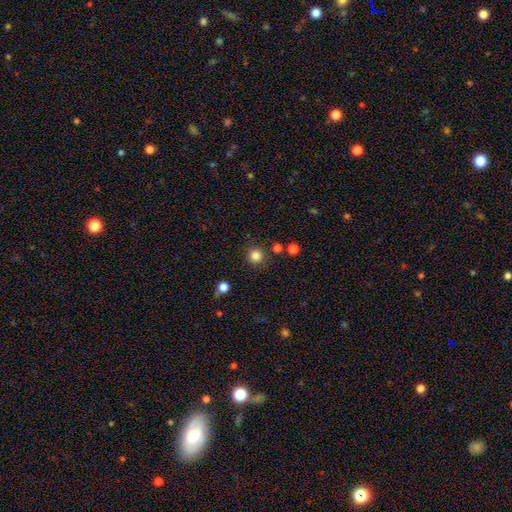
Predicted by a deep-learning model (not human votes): This is clearly a smooth galaxy (83%). How rounded: clearly round (95%). Merging: clearly none (88%).